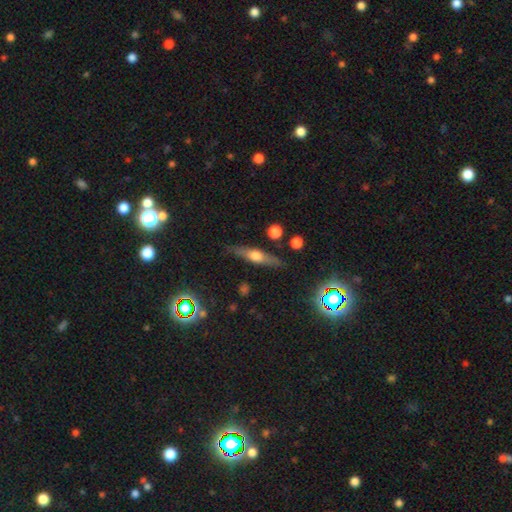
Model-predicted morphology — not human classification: This is possibly a featured or disk galaxy (59%). It is clearly viewed edge-on (92%). Edge-on bulge: clearly rounded (91%). Merging: clearly none (83%).